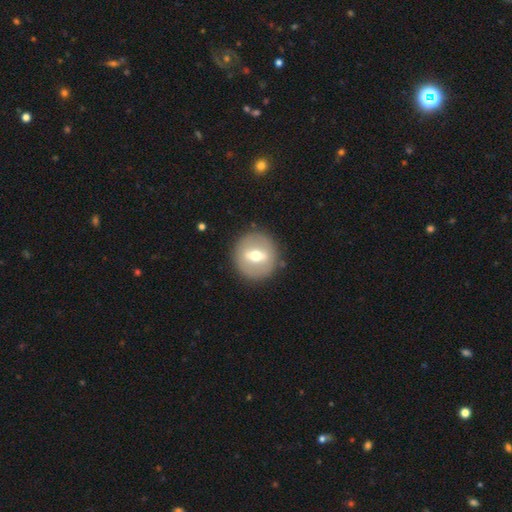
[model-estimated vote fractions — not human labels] Smooth or featured?
  - featured or disk: 52% *
  - smooth: 41%
  - star or artifact: 7%
Edge-on disk?
  - no: 83% *
  - yes: 17%
Merging?
  - none: 87% *
  - minor disturbance: 8%
  - major disturbance: 3%
  - merger: 1%